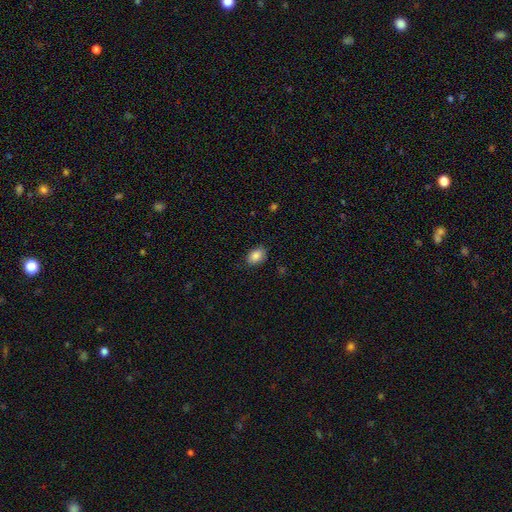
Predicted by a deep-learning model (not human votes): smooth-or-featured: smooth: 86% | star or artifact: 8% | featured or disk: 6%
  how-rounded: in between: 84% | round: 15% | cigar-shaped: 1%
  merging: none: 84% | minor disturbance: 13% | major disturbance: 3% | merger: 1%